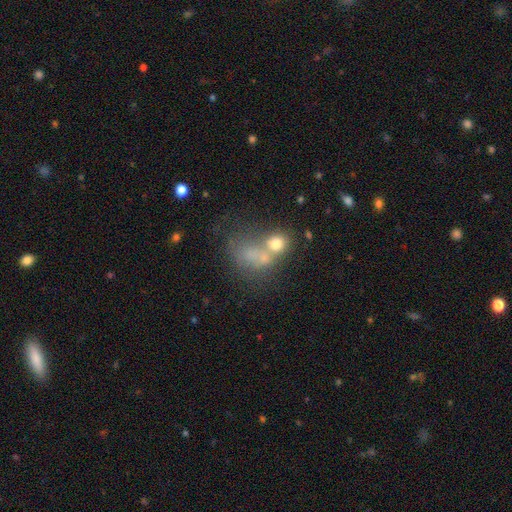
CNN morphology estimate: Smooth or featured? Predicted: smooth (p=0.55). How rounded? Predicted: in between (p=0.59). Merging? Predicted: merger (p=0.49).